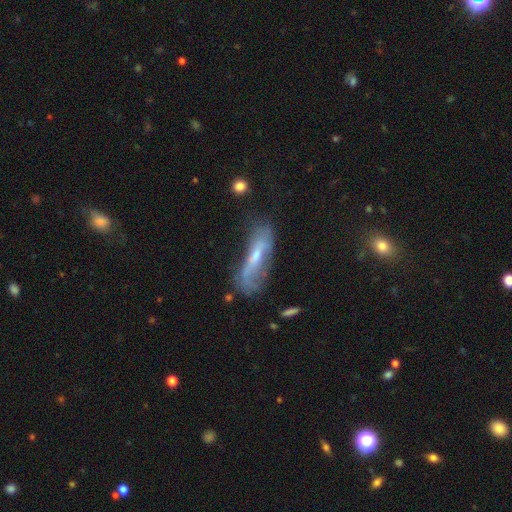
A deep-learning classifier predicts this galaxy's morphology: Q: Smooth or featured?
A: featured or disk (58%); runner-up: smooth (31%)
Q: Edge-on disk?
A: no (62%); runner-up: yes (38%)
Q: Merging?
A: none (52%); runner-up: minor disturbance (26%)